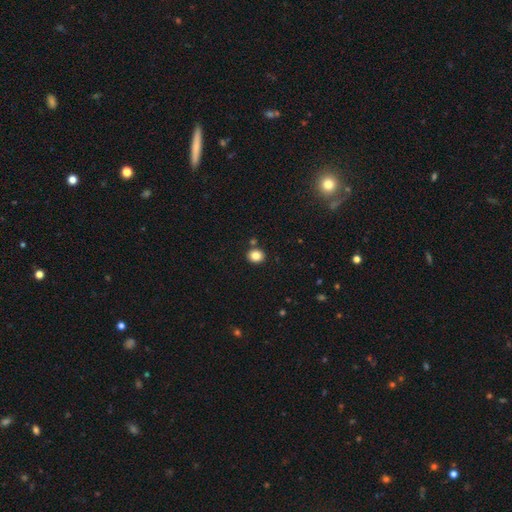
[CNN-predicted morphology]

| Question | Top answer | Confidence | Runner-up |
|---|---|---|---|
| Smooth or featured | smooth | 84% | star or artifact (11%) |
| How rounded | round | 71% | in between (29%) |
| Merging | none | 86% | minor disturbance (7%) |